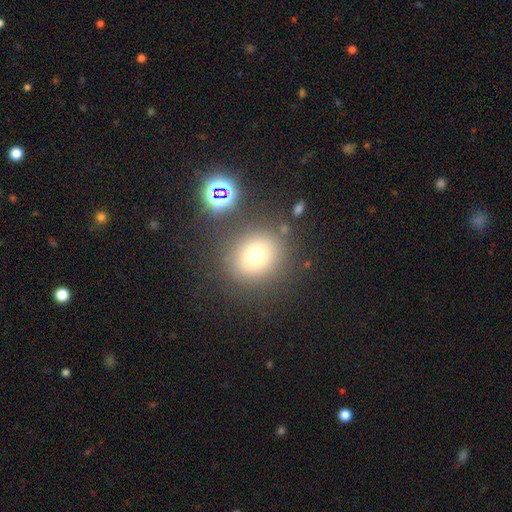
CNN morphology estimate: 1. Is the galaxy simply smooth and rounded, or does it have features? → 68% smooth, 19% star or artifact, 13% featured or disk.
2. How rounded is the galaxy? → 83% round, 16% in between, 1% cigar-shaped.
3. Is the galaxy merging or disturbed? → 79% none, 10% minor disturbance, 6% merger, 5% major disturbance.